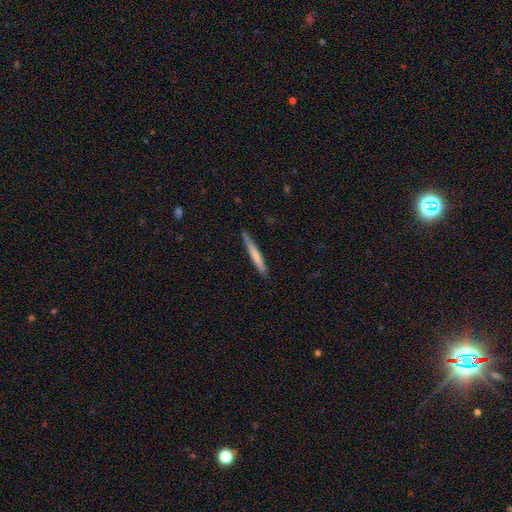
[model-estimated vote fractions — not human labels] smooth 67%, featured or disk 27%, star or artifact 6%. Down the decision tree: how rounded — cigar-shaped (96%); merging — none (86%).